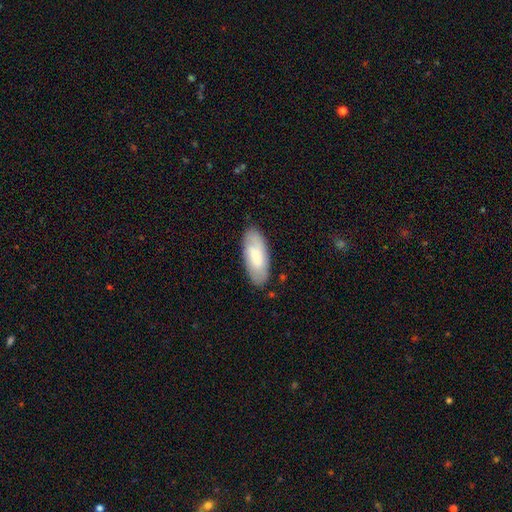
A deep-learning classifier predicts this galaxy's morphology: Smooth or featured?
  - smooth: 70% *
  - featured or disk: 24%
  - star or artifact: 6%
How rounded?
  - in between: 78% *
  - cigar-shaped: 20%
  - round: 2%
Merging?
  - none: 85% *
  - minor disturbance: 12%
  - major disturbance: 2%
  - merger: 1%